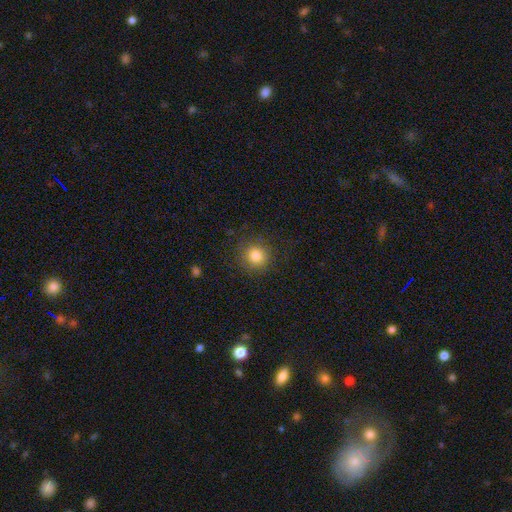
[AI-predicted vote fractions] smooth-or-featured: smooth: 82% | star or artifact: 11% | featured or disk: 6%
  how-rounded: round: 92% | in between: 7% | cigar-shaped: 1%
  merging: none: 88% | minor disturbance: 8% | major disturbance: 3% | merger: 1%